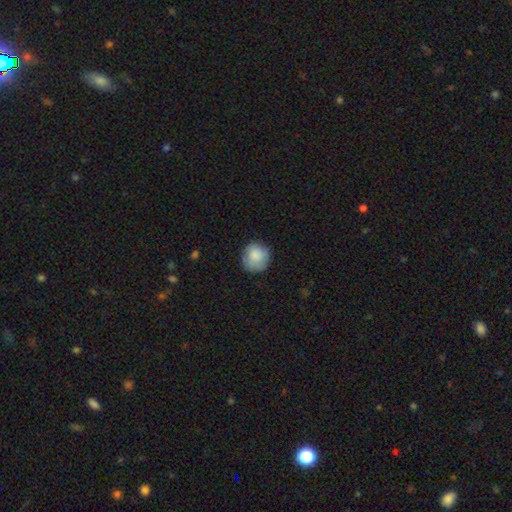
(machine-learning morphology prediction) smooth-or-featured: smooth: 84% | featured or disk: 9% | star or artifact: 7%
  how-rounded: round: 89% | in between: 10% | cigar-shaped: 1%
  merging: none: 79% | minor disturbance: 16% | major disturbance: 4% | merger: 1%